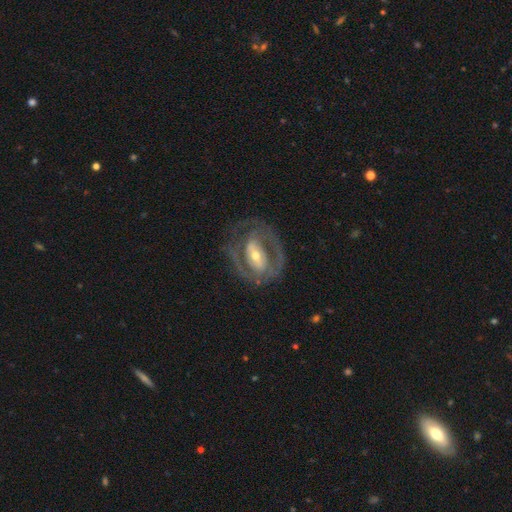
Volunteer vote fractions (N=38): A featured or disk galaxy (79%) with a strong bar (47%), 2 (56%) tight (50%) spiral arms (60%) and a moderate central bulge (63%). Merging: none (47%).